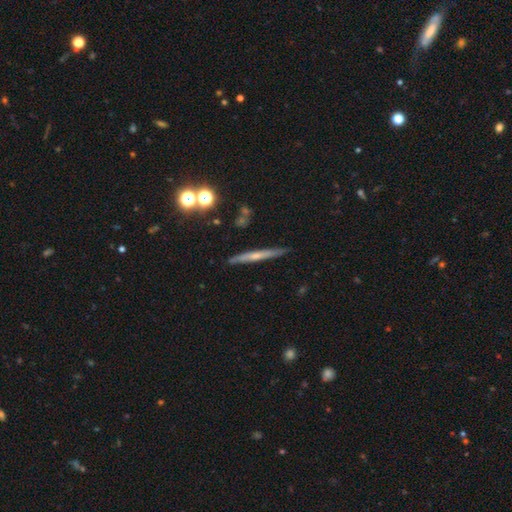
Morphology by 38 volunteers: This appears to be a featured or disk galaxy (50%) viewed edge-on (79%) with no central bulge (53%). Merging: none (86%).